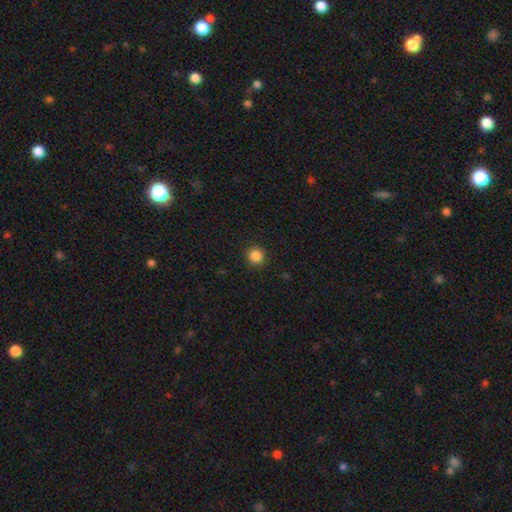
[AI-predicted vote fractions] Smooth or featured: smooth — 86% (star or artifact — 11%)
How rounded: round — 93% (in between — 6%)
Merging: none — 92% (minor disturbance — 5%)